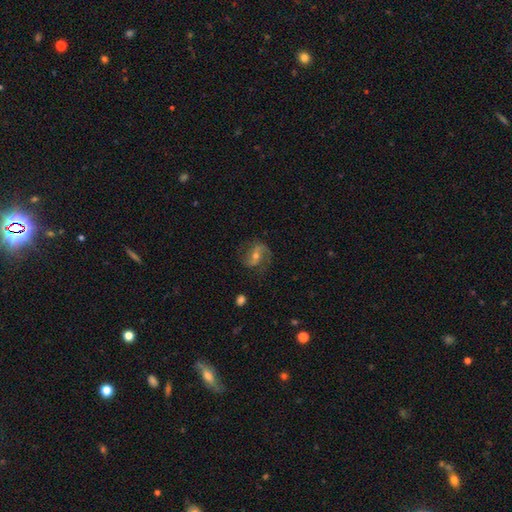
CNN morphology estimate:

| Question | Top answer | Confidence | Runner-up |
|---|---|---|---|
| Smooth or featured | featured or disk | 78% | smooth (15%) |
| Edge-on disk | no | 97% | yes (3%) |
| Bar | weak | 43% | no (29%) |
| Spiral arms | yes | 93% | no (7%) |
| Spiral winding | medium | 47% | loose (37%) |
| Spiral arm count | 2 | 87% | can't tell (5%) |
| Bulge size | moderate | 58% | small (37%) |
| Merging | none | 71% | minor disturbance (18%) |